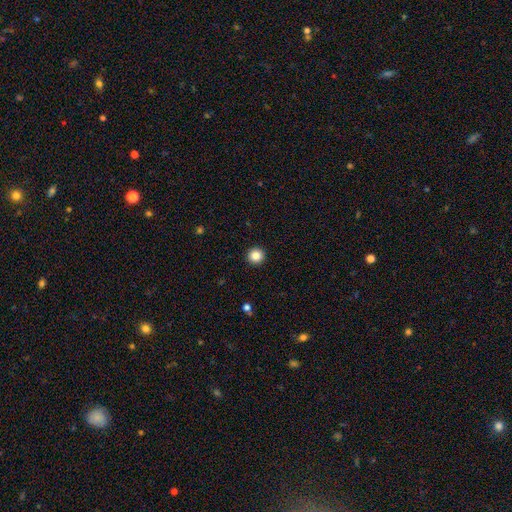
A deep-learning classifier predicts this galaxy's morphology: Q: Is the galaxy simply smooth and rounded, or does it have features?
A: smooth — 85%.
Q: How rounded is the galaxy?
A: round — 95%.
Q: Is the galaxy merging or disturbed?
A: none — 94%.